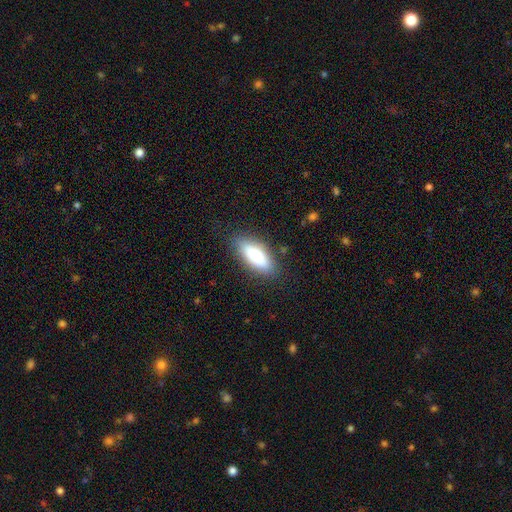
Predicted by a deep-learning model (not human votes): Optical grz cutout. It shows a smooth galaxy with no disk features (84%) that is in between round and cigar-shaped (72%). Merging: none (82%).